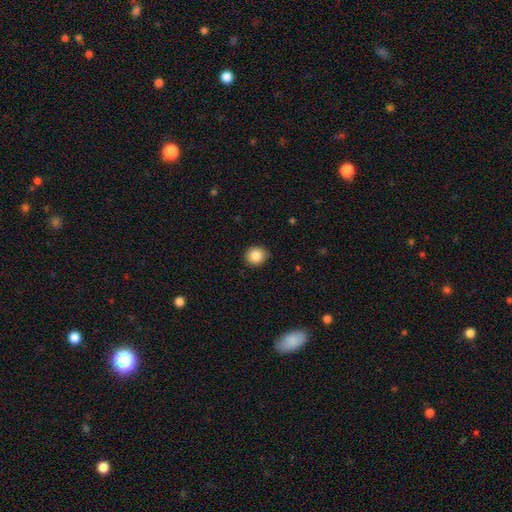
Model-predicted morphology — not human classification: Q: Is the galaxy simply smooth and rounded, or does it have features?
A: smooth — 85%.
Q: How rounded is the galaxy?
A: round — 79%.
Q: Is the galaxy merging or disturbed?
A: none — 89%.